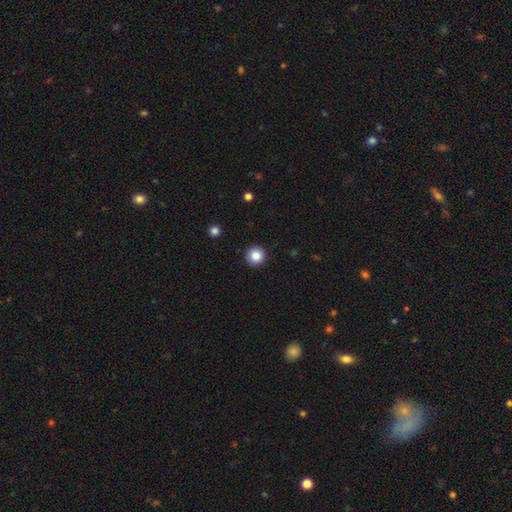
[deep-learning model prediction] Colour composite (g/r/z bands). It shows a smooth galaxy with no disk features (85%) that is round (96%). Merging: none (93%).